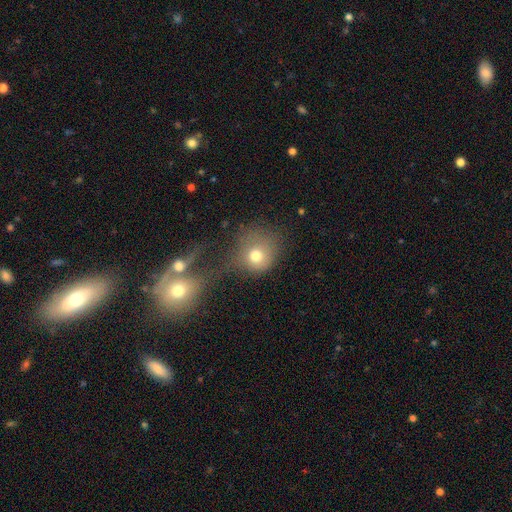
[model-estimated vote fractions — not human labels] smooth 72%, featured or disk 15%, star or artifact 13%. Down the decision tree: how rounded — round (81%); merging — none (32%).